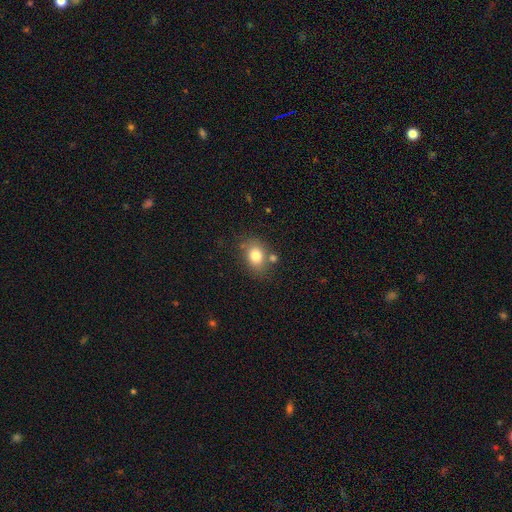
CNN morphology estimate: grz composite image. It shows a smooth galaxy with no disk features (79%) that is in between round and cigar-shaped (58%). Merging: none (69%).